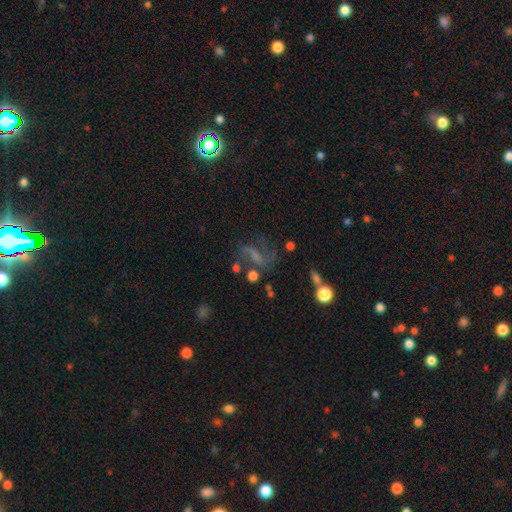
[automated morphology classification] A featured or disk galaxy (54%) with a weak bar (38%), spiral arms (75%) and no central bulge (53%).

Vote fractions:
- Smooth or featured? featured or disk: 54% / star or artifact: 23% / smooth: 23%
- Edge-on disk? no: 94% / yes: 6%
- Bar? weak: 38% / no: 34% / strong: 27%
- Spiral arms? yes: 75% / no: 25%
- Bulge size? none: 53% / small: 25% / moderate: 16% / large: 4% / dominant: 2%
- Merging? none: 47% / major disturbance: 26% / minor disturbance: 18% / merger: 9%